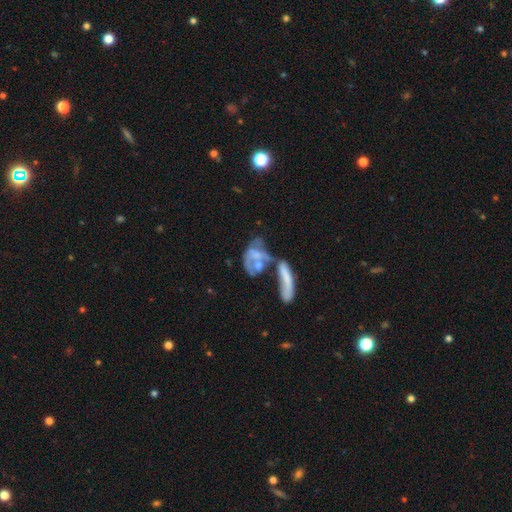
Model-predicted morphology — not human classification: featured or disk 50%, smooth 40%, star or artifact 10%. Down the decision tree: edge-on disk — no (91%); merging — merger (54%).